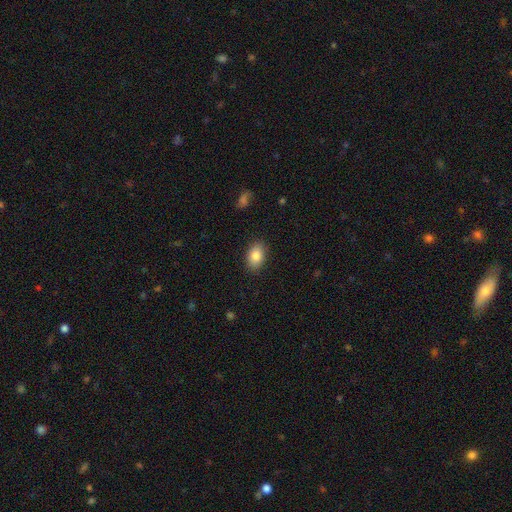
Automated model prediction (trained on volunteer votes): smooth_or_featured: smooth (p=0.85) [alt: star or artifact p=0.08]
how_rounded: in between (p=0.85) [alt: round p=0.13]
merging: none (p=0.87) [alt: minor disturbance p=0.10]